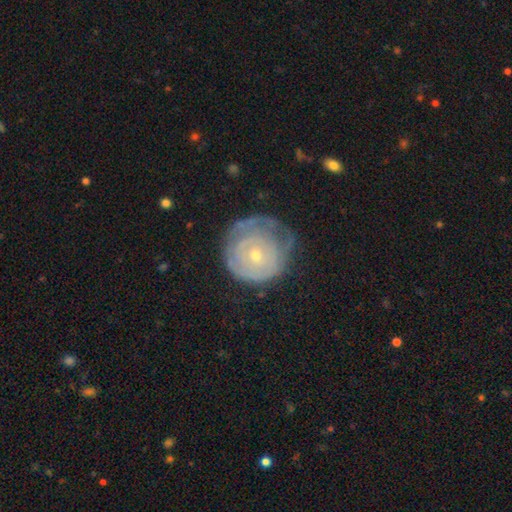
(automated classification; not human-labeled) Smooth or featured? featured or disk (65%)
Edge-on disk? no (97%)
Bar? no (86%)
Spiral arms? yes (68%)
Bulge size? small (67%)
Merging? none (52%)